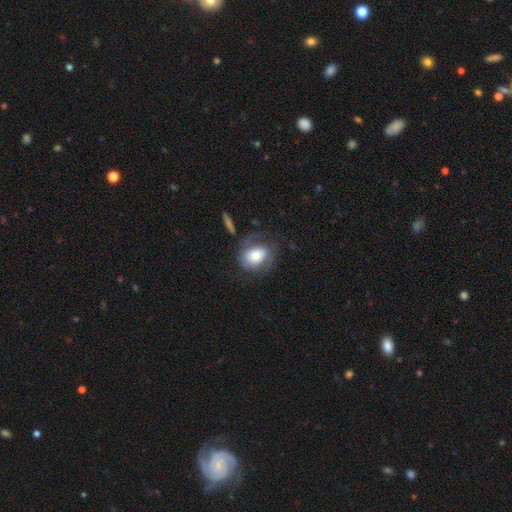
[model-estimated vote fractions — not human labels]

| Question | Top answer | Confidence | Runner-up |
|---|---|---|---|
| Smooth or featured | smooth | 56% | featured or disk (36%) |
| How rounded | in between | 52% | round (47%) |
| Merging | none | 53% | minor disturbance (21%) |